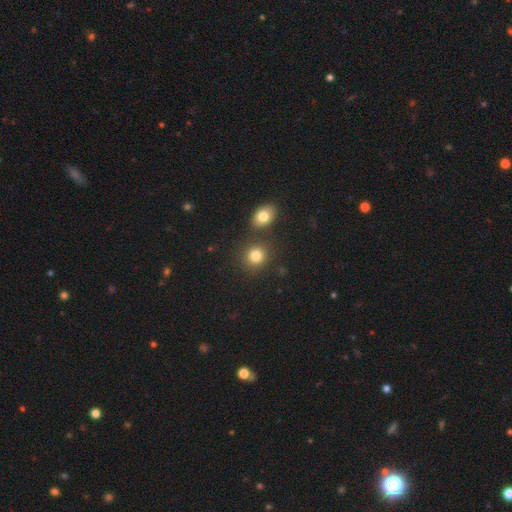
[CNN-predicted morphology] Q: Smooth or featured?
A: smooth (81%); runner-up: star or artifact (12%)
Q: How rounded?
A: round (77%); runner-up: in between (22%)
Q: Merging?
A: none (74%); runner-up: merger (14%)